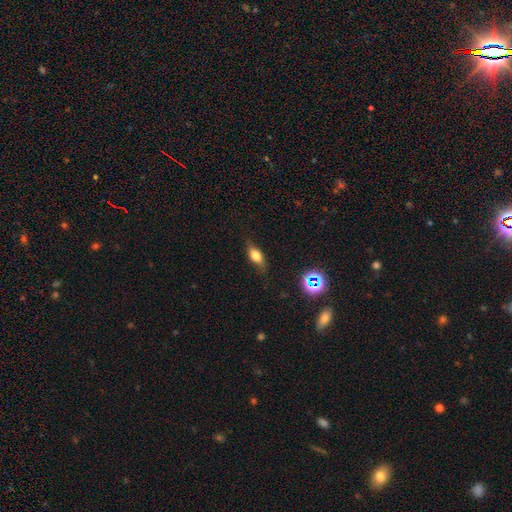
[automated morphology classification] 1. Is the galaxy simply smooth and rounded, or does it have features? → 69% smooth, 19% featured or disk, 11% star or artifact.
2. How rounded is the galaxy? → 75% in between, 16% cigar-shaped, 9% round.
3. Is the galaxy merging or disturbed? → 75% none, 19% minor disturbance, 5% major disturbance, 1% merger.